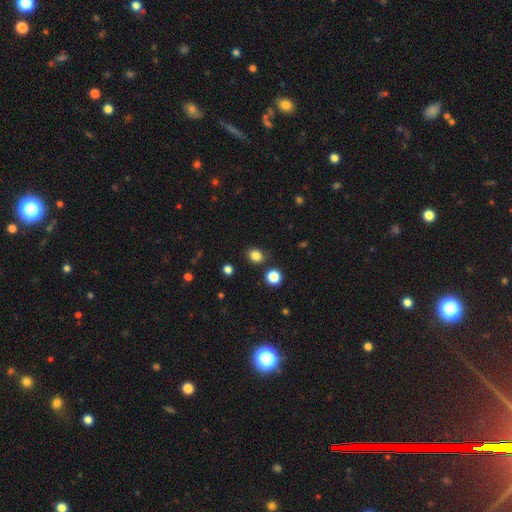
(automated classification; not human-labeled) This is clearly a smooth galaxy (82%). How rounded: likely round (69%). Merging: clearly none (84%).